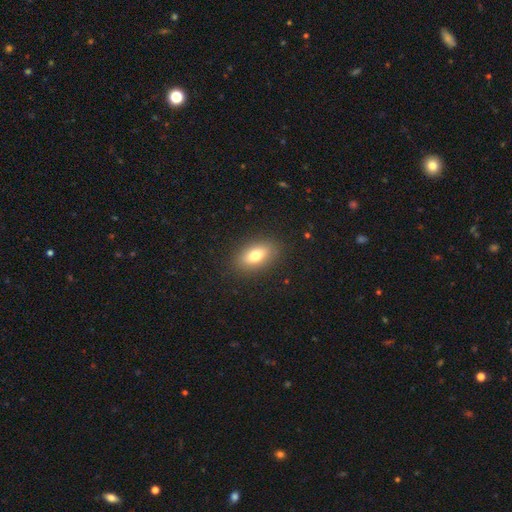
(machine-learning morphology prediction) smooth_or_featured: smooth (p=0.74) [alt: featured or disk p=0.17]
how_rounded: in between (p=0.85) [alt: round p=0.09]
merging: none (p=0.88) [alt: minor disturbance p=0.08]